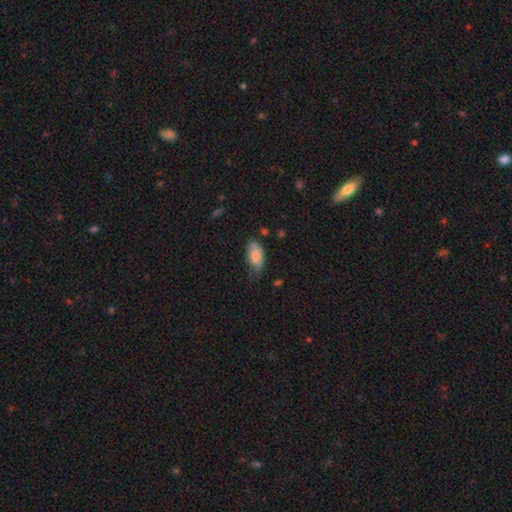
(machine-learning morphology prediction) type=smooth (80%); roundness=in between (92%); merging=none (44%).